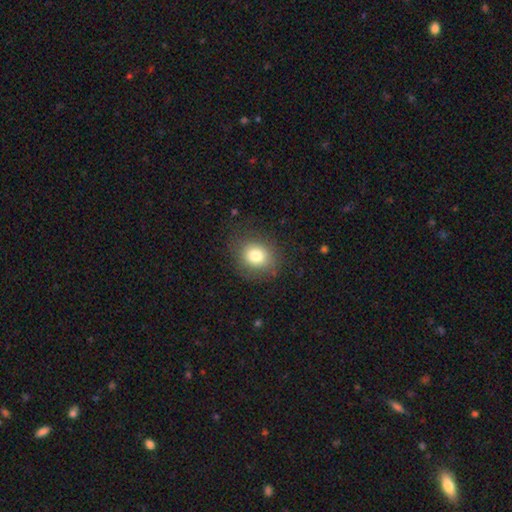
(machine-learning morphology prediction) Smooth or featured? Predicted: smooth (p=0.79). How rounded? Predicted: round (p=0.65). Merging? Predicted: none (p=0.80).